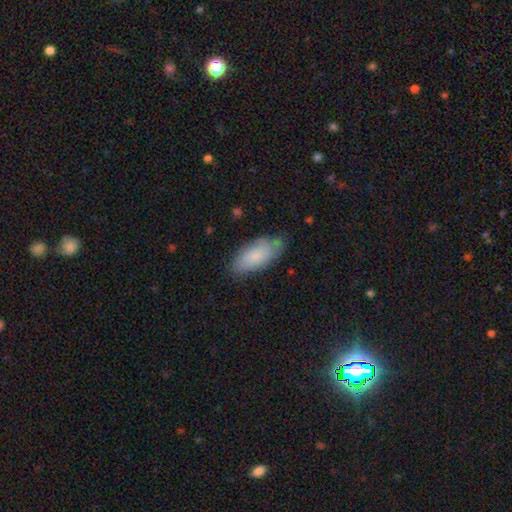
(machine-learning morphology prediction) smooth_or_featured: smooth (p=0.76) [alt: featured or disk p=0.18]
how_rounded: in between (p=0.88) [alt: cigar-shaped p=0.10]
merging: none (p=0.67) [alt: minor disturbance p=0.26]